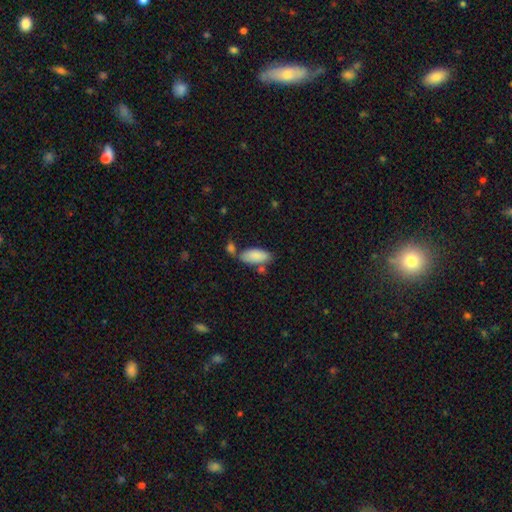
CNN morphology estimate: Smooth or featured? Predicted: smooth (p=0.85). How rounded? Predicted: in between (p=0.88). Merging? Predicted: none (p=0.61).